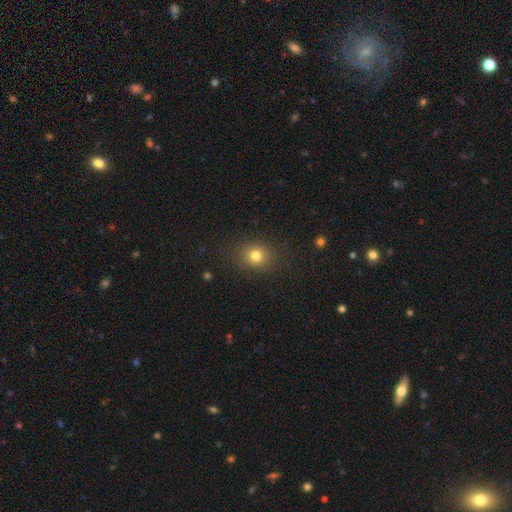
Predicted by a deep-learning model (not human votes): A smooth galaxy with no disk features (78%) that is round (78%). Merging: none (87%).